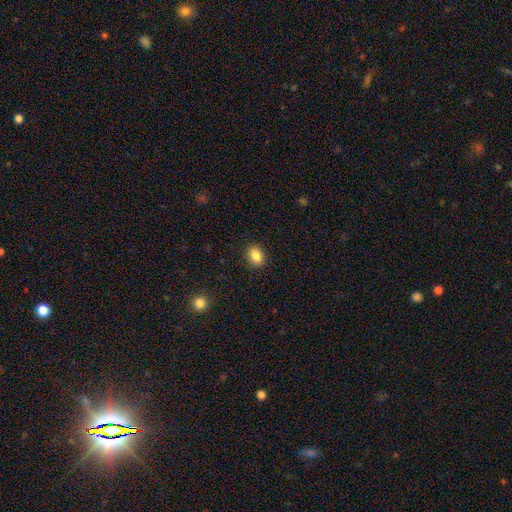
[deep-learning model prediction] smooth 85%, star or artifact 9%, featured or disk 5%. Down the decision tree: how rounded — in between (68%); merging — none (89%).